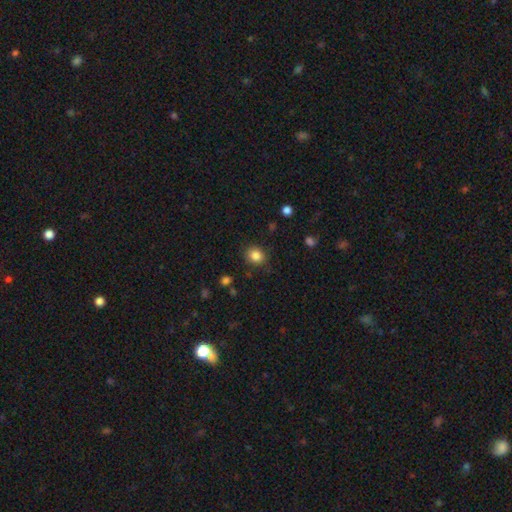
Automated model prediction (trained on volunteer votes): smooth 84%, star or artifact 11%, featured or disk 5%. Down the decision tree: how rounded — round (67%); merging — none (85%).